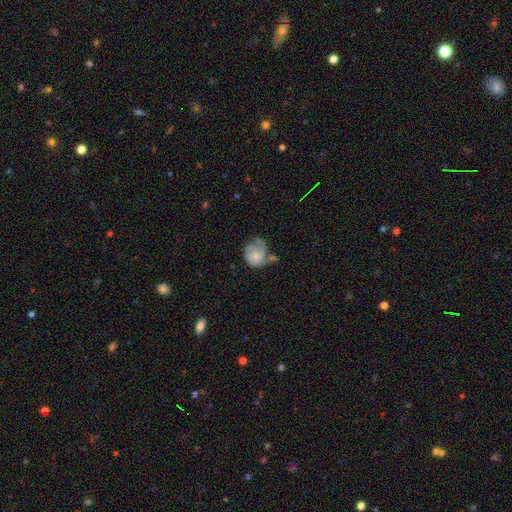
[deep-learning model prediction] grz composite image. It shows a featured or disk galaxy (51%) with no bar (77%), spiral arms (75%) and a small central bulge (49%). Merging: none (35%).